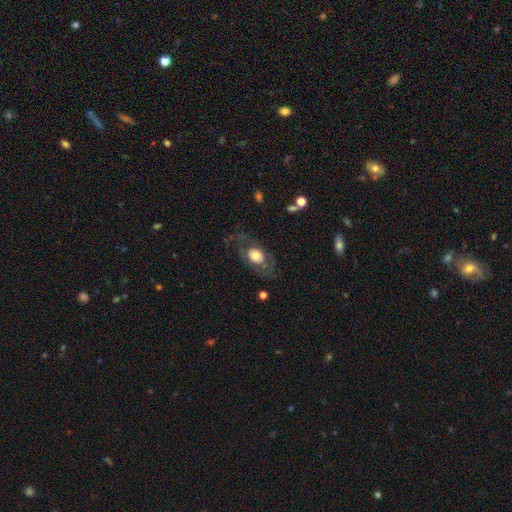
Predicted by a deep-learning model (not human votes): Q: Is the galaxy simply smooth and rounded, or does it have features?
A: featured or disk — 48%.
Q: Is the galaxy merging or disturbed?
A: none — 66%.